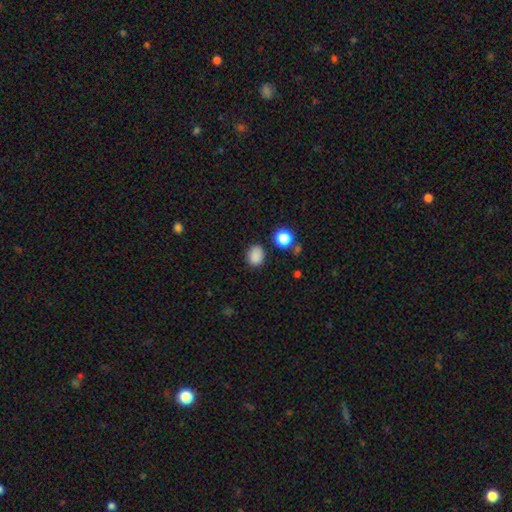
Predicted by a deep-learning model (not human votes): This is clearly a smooth galaxy (85%). How rounded: possibly in between (50%). Merging: clearly none (81%).